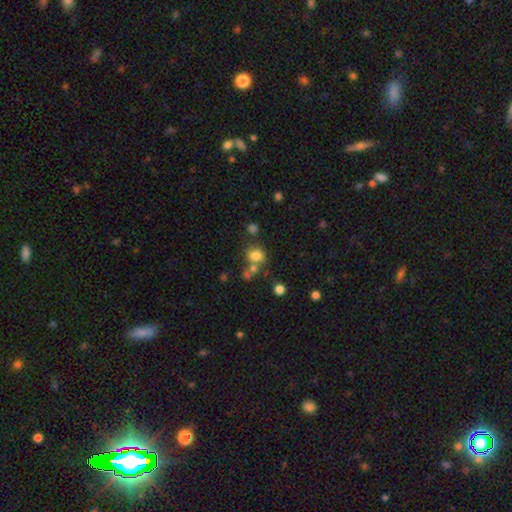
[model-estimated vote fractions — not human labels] Smooth or featured? Predicted: smooth (p=0.76). How rounded? Predicted: round (p=0.57). Merging? Predicted: none (p=0.54).